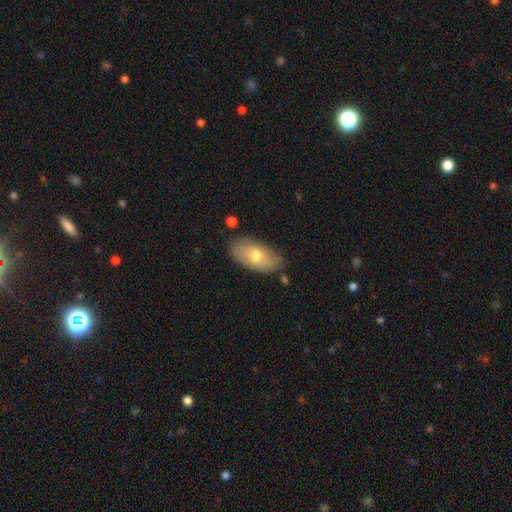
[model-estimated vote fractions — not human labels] Smooth or featured?
  - smooth: 66% *
  - featured or disk: 27%
  - star or artifact: 7%
How rounded?
  - in between: 93% *
  - round: 4%
  - cigar-shaped: 3%
Merging?
  - none: 79% *
  - minor disturbance: 16%
  - major disturbance: 3%
  - merger: 3%